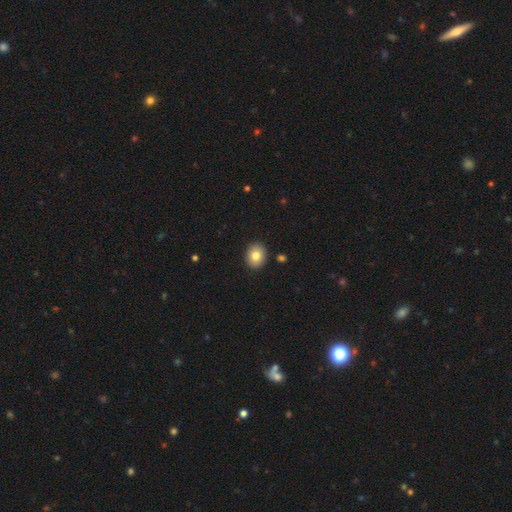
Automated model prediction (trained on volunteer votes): A smooth galaxy with no disk features (81%) that is round (57%). Merging: none (90%).